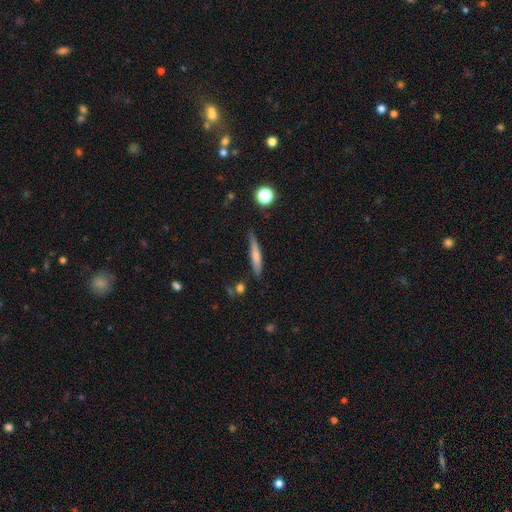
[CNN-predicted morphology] smooth_or_featured: smooth (p=0.67) [alt: featured or disk p=0.26]
how_rounded: cigar-shaped (p=0.90) [alt: in between p=0.08]
merging: none (p=0.76) [alt: minor disturbance p=0.18]